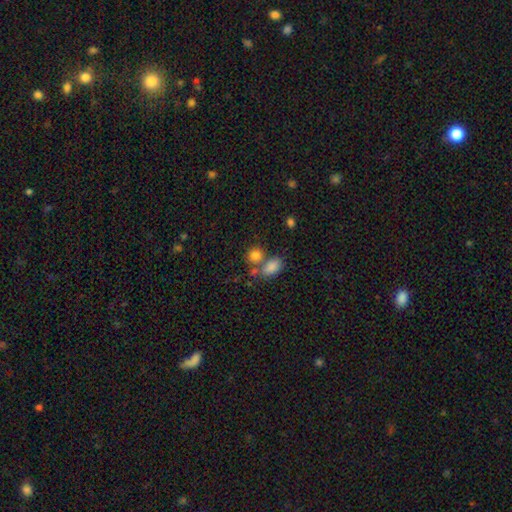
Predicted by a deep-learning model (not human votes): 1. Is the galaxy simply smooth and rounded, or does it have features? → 82% smooth, 11% star or artifact, 7% featured or disk.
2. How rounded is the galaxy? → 64% round, 35% in between, 1% cigar-shaped.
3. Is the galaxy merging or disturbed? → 52% none, 34% merger, 10% minor disturbance, 4% major disturbance.